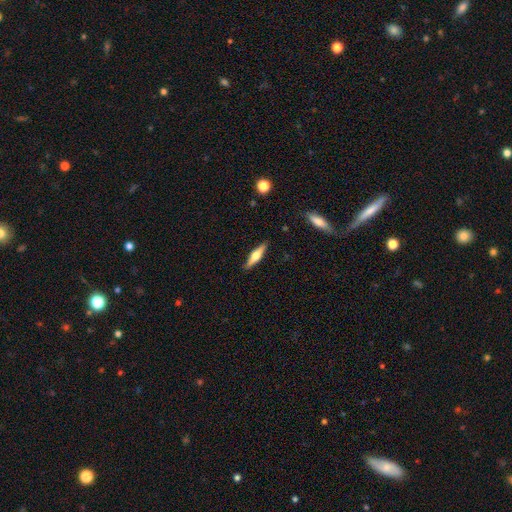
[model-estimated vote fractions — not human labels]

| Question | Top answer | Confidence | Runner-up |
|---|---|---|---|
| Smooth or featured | featured or disk | 52% | smooth (42%) |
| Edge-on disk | yes | 95% | no (5%) |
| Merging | none | 88% | minor disturbance (9%) |